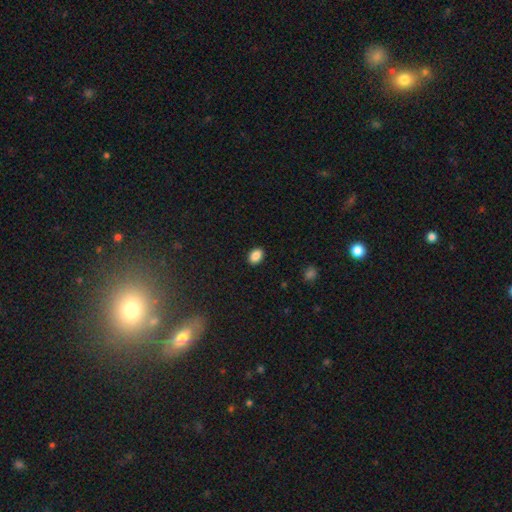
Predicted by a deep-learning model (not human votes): Smooth or featured?
  - smooth: 88% *
  - star or artifact: 9%
  - featured or disk: 3%
How rounded?
  - in between: 81% *
  - round: 18%
  - cigar-shaped: 1%
Merging?
  - none: 89% *
  - minor disturbance: 8%
  - major disturbance: 2%
  - merger: 1%